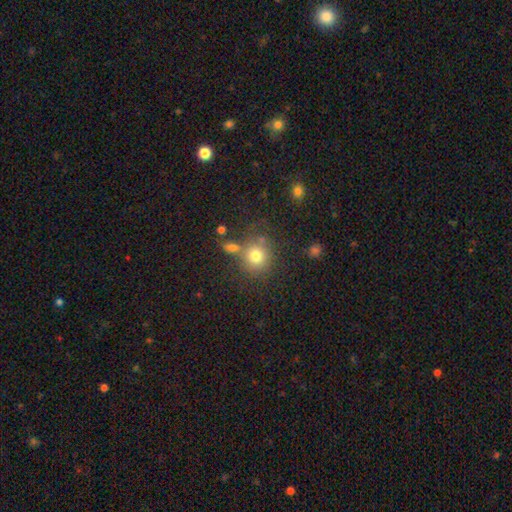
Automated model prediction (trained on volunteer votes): The model was most divided on "merging": none: 65%, merger: 17%, minor disturbance: 12%, major disturbance: 6%. More confident: how rounded — round (85%); smooth or featured — smooth (77%).